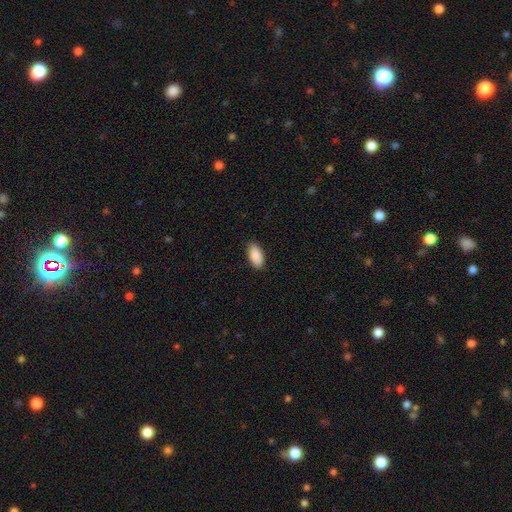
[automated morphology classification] smooth-or-featured: smooth: 90% | star or artifact: 6% | featured or disk: 4%
  how-rounded: in between: 92% | cigar-shaped: 6% | round: 2%
  merging: none: 88% | minor disturbance: 9% | major disturbance: 2% | merger: 1%